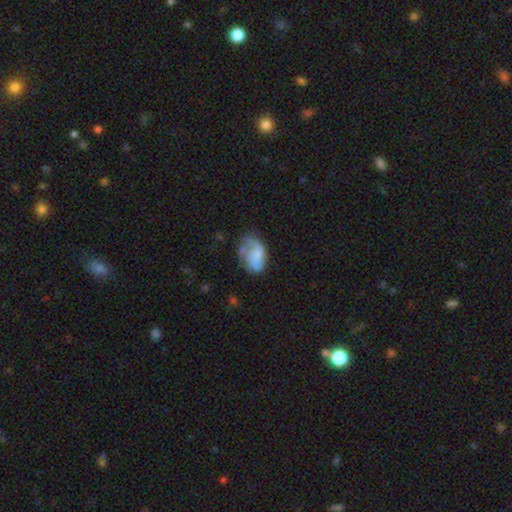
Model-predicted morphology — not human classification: The model was most divided on "smooth or featured": smooth: 46%, featured or disk: 45%, star or artifact: 9%. Remaining: merging — none (37%).